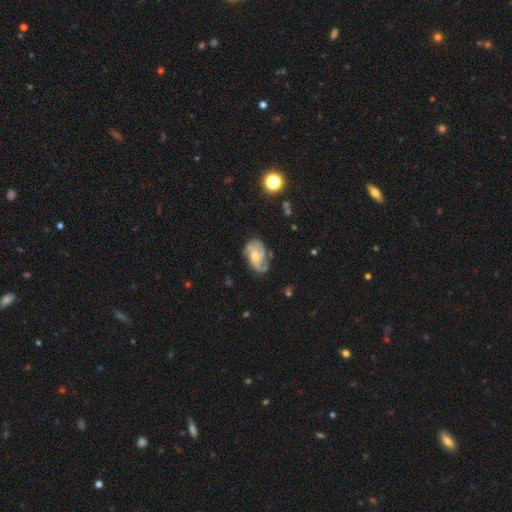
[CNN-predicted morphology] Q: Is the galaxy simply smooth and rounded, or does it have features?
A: featured or disk — 74%.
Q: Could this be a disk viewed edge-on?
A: no — 97%.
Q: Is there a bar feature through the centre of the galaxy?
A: no — 70%.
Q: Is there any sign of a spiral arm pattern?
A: yes — 89%.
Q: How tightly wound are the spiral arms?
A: medium — 42%.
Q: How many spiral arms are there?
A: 2 — 34%.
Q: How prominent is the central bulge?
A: moderate — 51%.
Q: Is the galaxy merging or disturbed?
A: none — 58%.